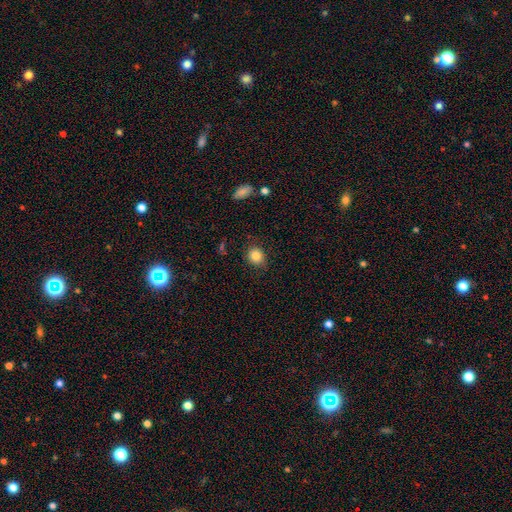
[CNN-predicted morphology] smooth 84%, star or artifact 10%, featured or disk 6%. Down the decision tree: how rounded — round (77%); merging — none (83%).